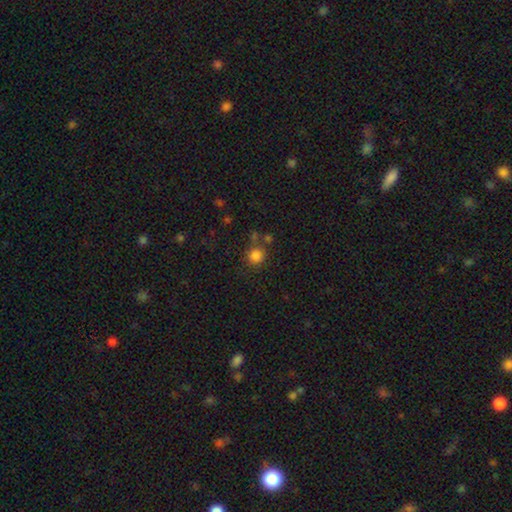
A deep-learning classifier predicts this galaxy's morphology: A smooth galaxy with no disk features (82%) that is round (90%). Merging: none (69%).